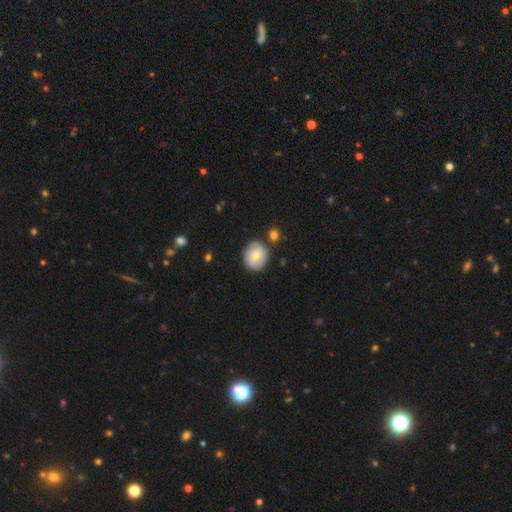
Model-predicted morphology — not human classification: The model was most divided on "smooth or featured": smooth: 63%, featured or disk: 30%, star or artifact: 7%. More confident: how rounded — round (79%); merging — none (76%).